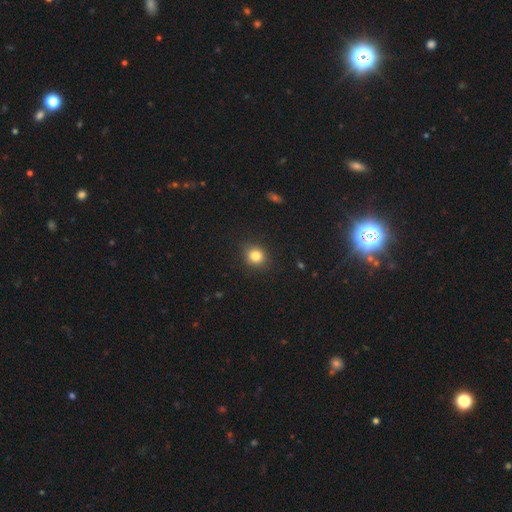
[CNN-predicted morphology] Smooth or featured? Predicted: smooth (p=0.82). How rounded? Predicted: round (p=0.80). Merging? Predicted: none (p=0.86).